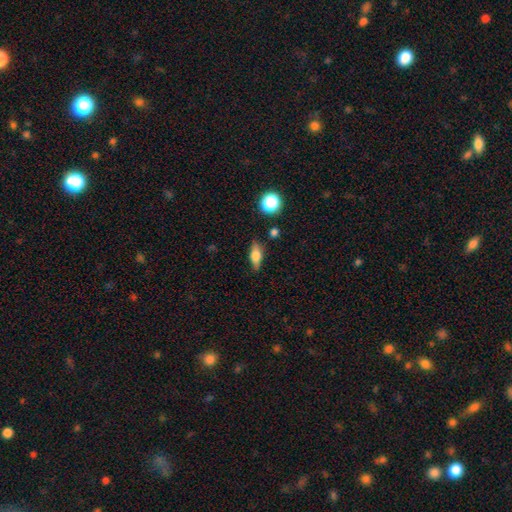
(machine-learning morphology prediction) smooth 67%, featured or disk 24%, star or artifact 9%. Down the decision tree: how rounded — in between (71%); merging — none (81%).